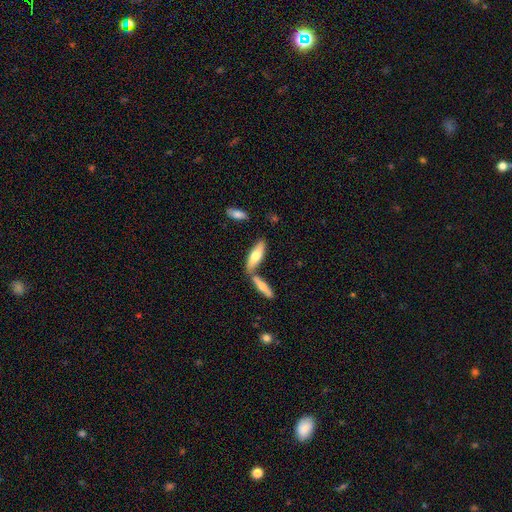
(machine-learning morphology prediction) This appears to be a smooth galaxy with no disk features (65%) that is cigar-shaped (52%). Merging: none (58%).